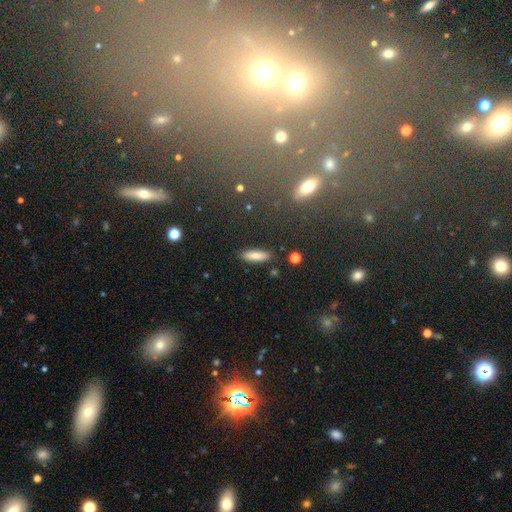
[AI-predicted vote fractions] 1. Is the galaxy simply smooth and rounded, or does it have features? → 82% smooth, 11% featured or disk, 7% star or artifact.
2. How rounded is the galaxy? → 50% in between, 48% cigar-shaped, 2% round.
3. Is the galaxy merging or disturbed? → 86% none, 9% minor disturbance, 2% major disturbance, 2% merger.